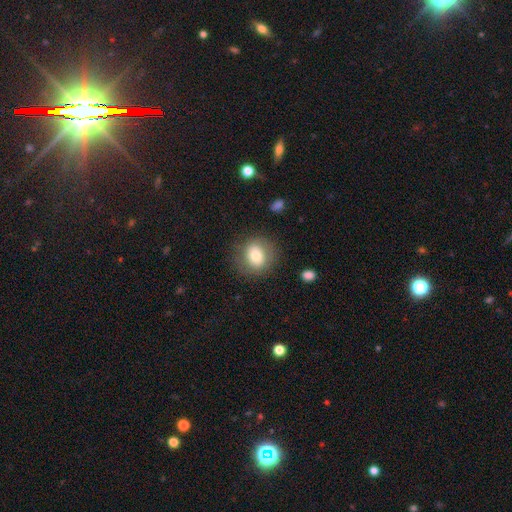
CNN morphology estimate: The model was most divided on "smooth or featured": smooth: 72%, featured or disk: 19%, star or artifact: 9%. More confident: merging — none (81%); how rounded — round (79%).